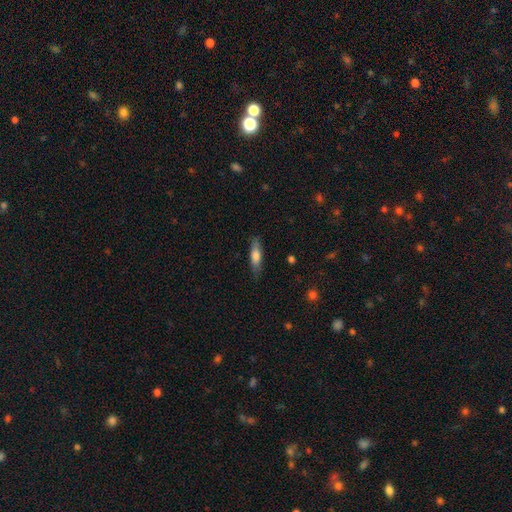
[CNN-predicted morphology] Overall: smooth (67%; featured or disk 27%). How rounded: cigar-shaped (63%; in between 35%). Merging: none (81%).